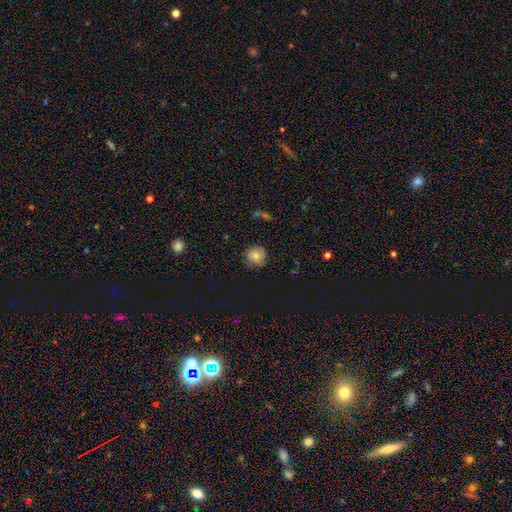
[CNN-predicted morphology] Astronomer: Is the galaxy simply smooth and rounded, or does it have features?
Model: smooth — 66%.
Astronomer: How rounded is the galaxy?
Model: round — 87%.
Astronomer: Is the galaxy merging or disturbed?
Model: none — 70%.